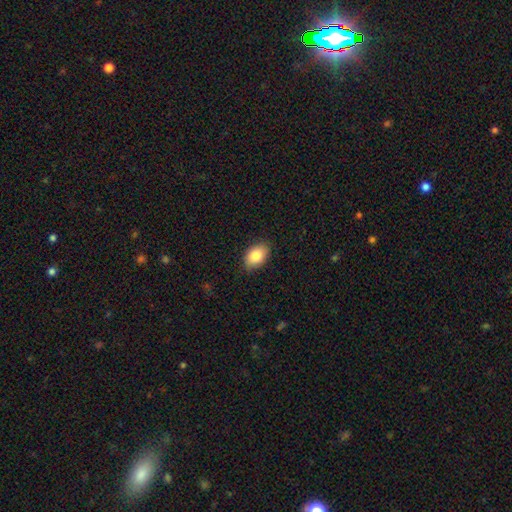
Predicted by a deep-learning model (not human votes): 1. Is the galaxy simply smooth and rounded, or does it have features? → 85% smooth, 8% featured or disk, 7% star or artifact.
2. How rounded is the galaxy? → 87% in between, 12% round, 1% cigar-shaped.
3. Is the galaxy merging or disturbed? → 85% none, 12% minor disturbance, 2% major disturbance, 1% merger.